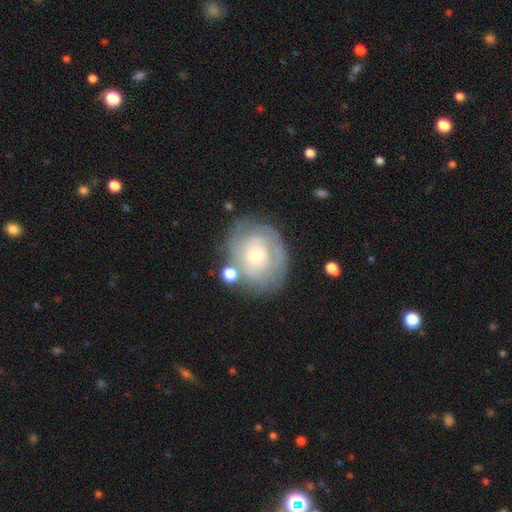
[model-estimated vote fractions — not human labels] This is likely a featured or disk galaxy (69%). It is clearly not viewed edge-on (97%). Bar: likely no (74%). Spiral arm pattern: likely yes (77%). Spiral arm count: possibly can't tell (49%). Spiral winding: likely tight (68%). Central bulge: possibly small (52%). Merging: likely none (68%).